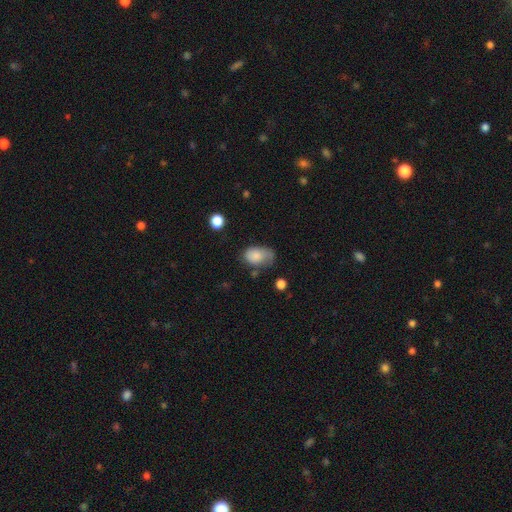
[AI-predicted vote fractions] Overall: smooth (80%). How rounded: in between (86%). Merging: none (39%; minor disturbance 36%).